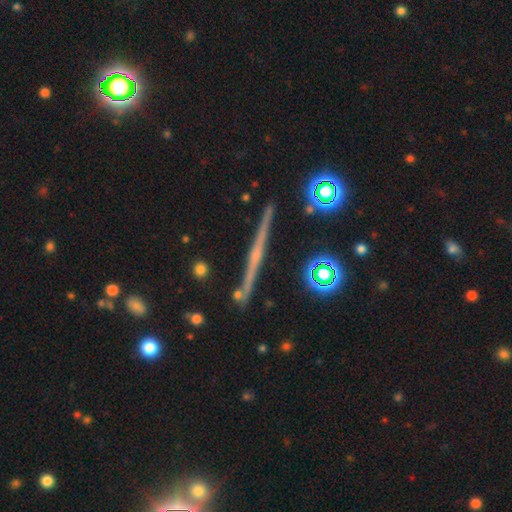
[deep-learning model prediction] Smooth or featured: featured or disk — 72% (smooth — 18%)
Edge-on disk: yes — 98% (no — 2%)
Edge-on bulge: none — 50% (rounded — 42%)
Merging: none — 90% (minor disturbance — 6%)